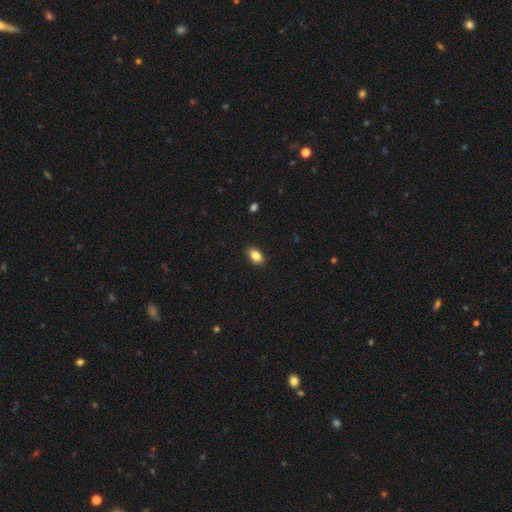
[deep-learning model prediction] Smooth or featured? Predicted: smooth (p=0.83). How rounded? Predicted: in between (p=0.88). Merging? Predicted: none (p=0.89).